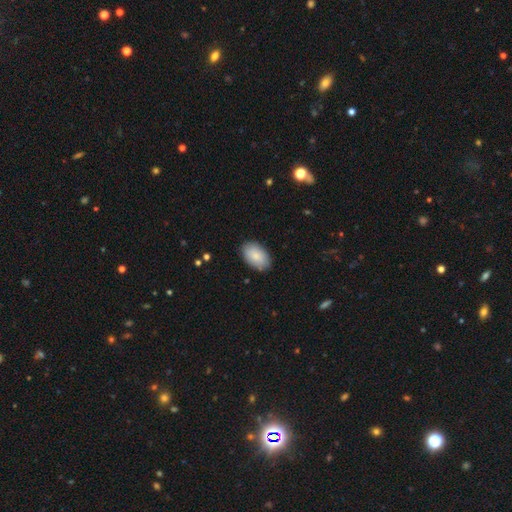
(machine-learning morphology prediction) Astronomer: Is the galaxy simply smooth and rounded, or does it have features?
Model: smooth — 85%.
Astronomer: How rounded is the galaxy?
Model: in between — 93%.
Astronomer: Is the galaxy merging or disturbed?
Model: none — 86%.